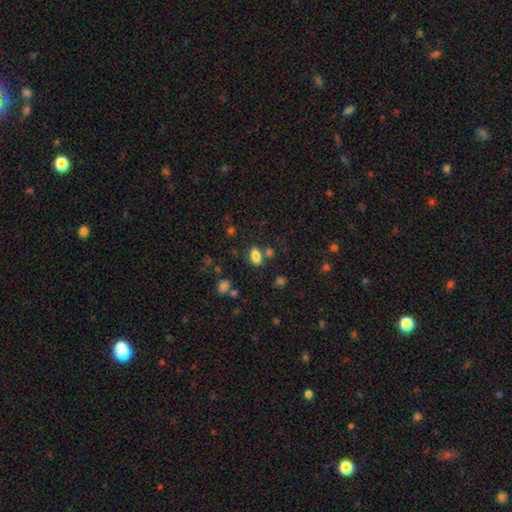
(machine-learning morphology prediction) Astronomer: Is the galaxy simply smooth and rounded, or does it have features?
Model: smooth — 83%.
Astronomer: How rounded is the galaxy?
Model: in between — 89%.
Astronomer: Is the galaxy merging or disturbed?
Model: none — 75%.